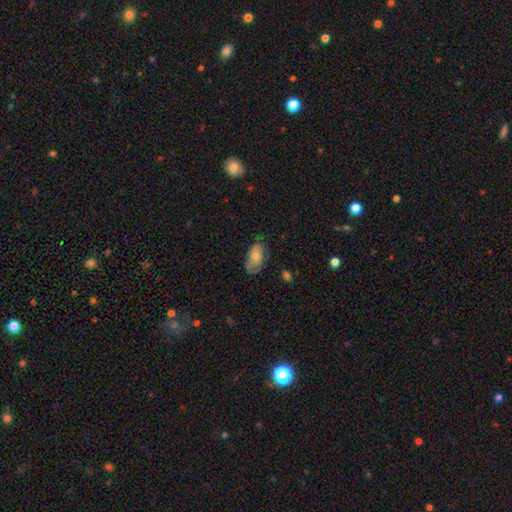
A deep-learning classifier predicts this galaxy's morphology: A smooth galaxy with no disk features (58%) that is in between round and cigar-shaped (91%).

Vote fractions:
- Smooth or featured? smooth: 58% / featured or disk: 33% / star or artifact: 9%
- How rounded? in between: 91% / round: 6% / cigar-shaped: 3%
- Merging? none: 60% / minor disturbance: 28% / major disturbance: 11% / merger: 2%